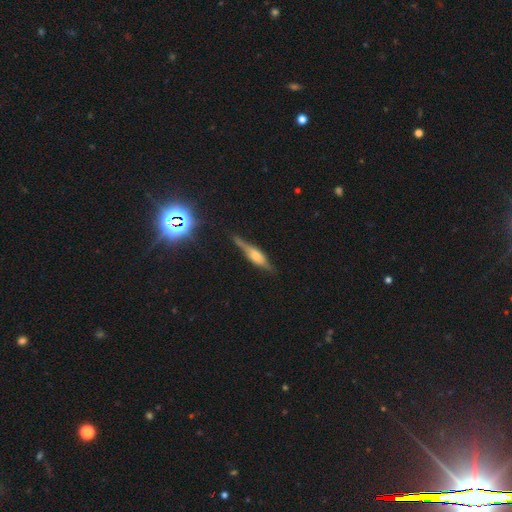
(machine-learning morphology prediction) smooth-or-featured: featured or disk: 64% | smooth: 27% | star or artifact: 9%
  disk-edge-on: yes: 95% | no: 5%
    edge-on-bulge: rounded: 48% | boxy: 46% | none: 6%
  merging: none: 72% | minor disturbance: 20% | major disturbance: 6% | merger: 3%